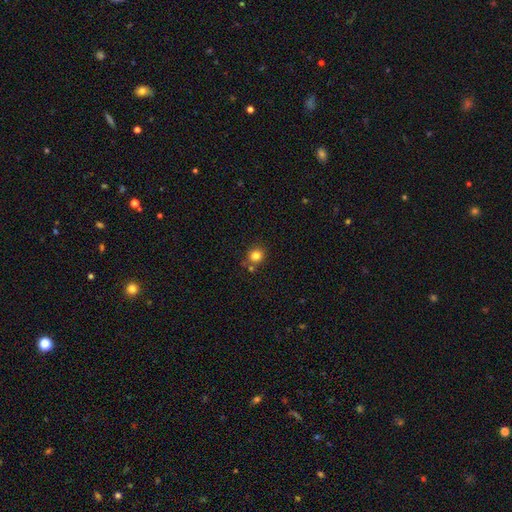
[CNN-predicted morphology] smooth_or_featured: smooth (p=0.81) [alt: star or artifact p=0.13]
how_rounded: round (p=0.86) [alt: in between p=0.13]
merging: none (p=0.74) [alt: merger p=0.12]